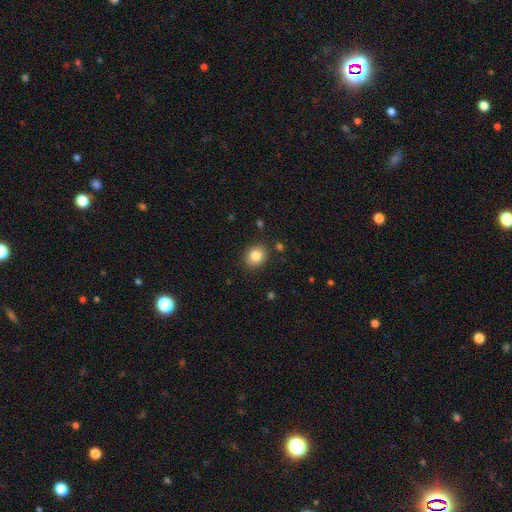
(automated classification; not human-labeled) Smooth or featured? Predicted: smooth (p=0.84). How rounded? Predicted: round (p=0.66). Merging? Predicted: none (p=0.88).